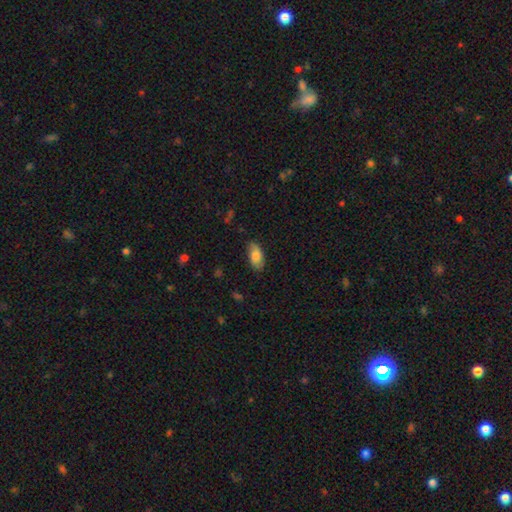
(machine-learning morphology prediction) smooth_or_featured: smooth (p=0.77) [alt: featured or disk p=0.16]
how_rounded: in between (p=0.91) [alt: cigar-shaped p=0.06]
merging: none (p=0.79) [alt: minor disturbance p=0.17]